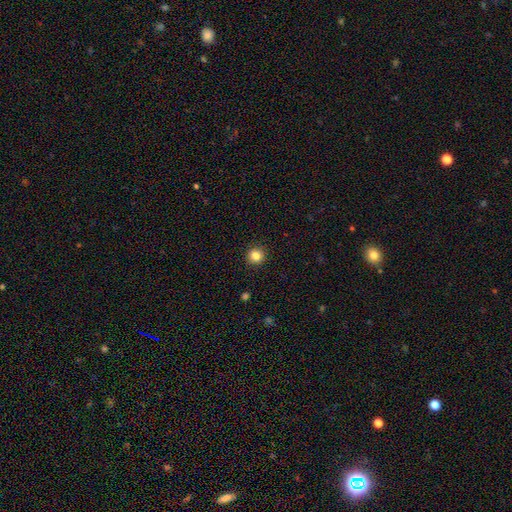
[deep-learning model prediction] smooth 84%, star or artifact 11%, featured or disk 5%. Down the decision tree: how rounded — round (94%); merging — none (92%).